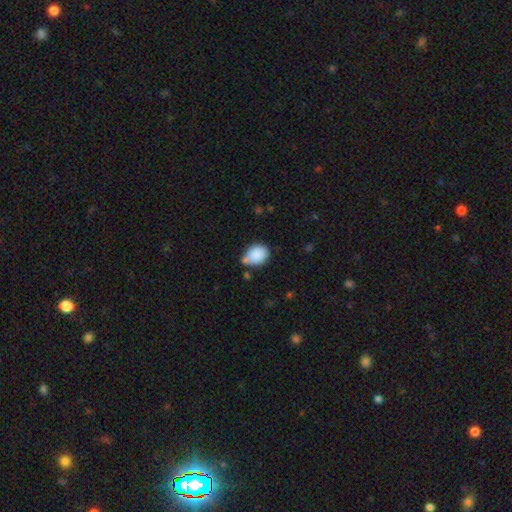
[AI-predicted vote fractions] Q: Smooth or featured?
A: smooth (87%); runner-up: star or artifact (8%)
Q: How rounded?
A: in between (56%); runner-up: round (43%)
Q: Merging?
A: none (56%); runner-up: minor disturbance (25%)